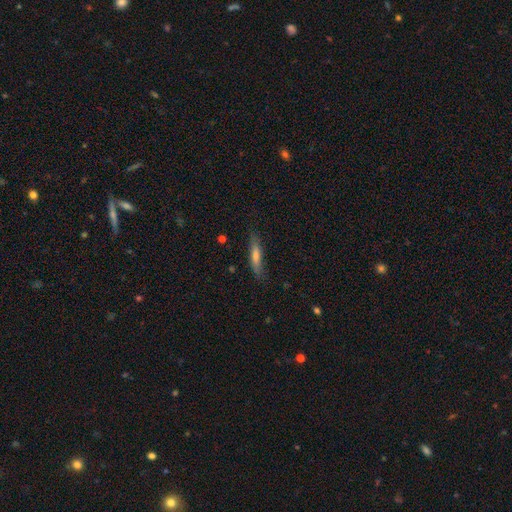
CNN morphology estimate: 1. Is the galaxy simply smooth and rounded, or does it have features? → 53% smooth, 39% featured or disk, 7% star or artifact.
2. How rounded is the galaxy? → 86% cigar-shaped, 12% in between, 2% round.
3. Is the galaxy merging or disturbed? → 81% none, 15% minor disturbance, 3% major disturbance, 1% merger.